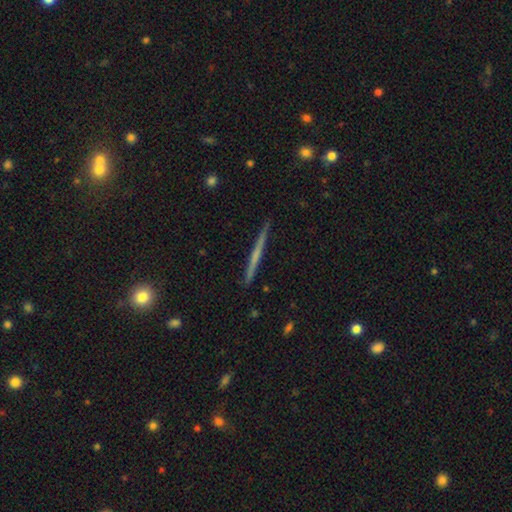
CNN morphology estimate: Smooth or featured: featured or disk — 58% (smooth — 35%)
Edge-on disk: yes — 98% (no — 2%)
Edge-on bulge: none — 78% (rounded — 17%)
Merging: none — 92% (minor disturbance — 6%)